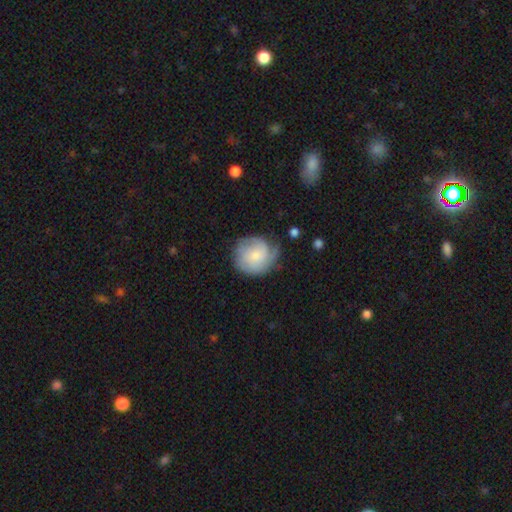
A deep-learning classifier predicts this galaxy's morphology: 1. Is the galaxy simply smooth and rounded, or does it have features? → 49% featured or disk, 44% smooth, 7% star or artifact.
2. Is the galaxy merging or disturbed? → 58% none, 28% minor disturbance, 12% major disturbance, 2% merger.